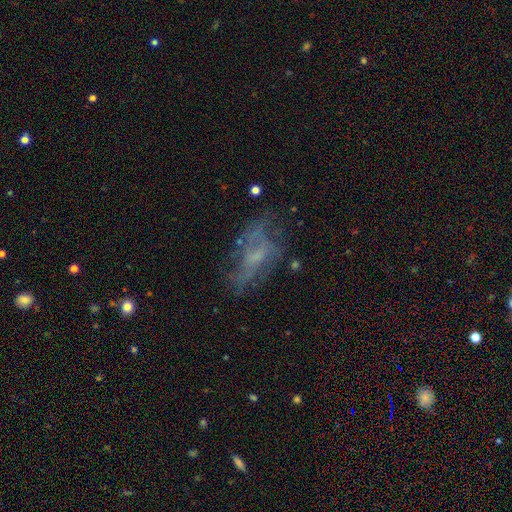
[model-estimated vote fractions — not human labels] A featured or disk galaxy (58%) with no bar (63%), no spiral arms (57%) and a small central bulge (40%).

Vote fractions:
- Smooth or featured? featured or disk: 58% / smooth: 28% / star or artifact: 14%
- Edge-on disk? no: 92% / yes: 8%
- Bar? no: 63% / weak: 30% / strong: 7%
- Spiral arms? no: 57% / yes: 43%
- Bulge size? small: 40% / none: 37% / moderate: 20% / large: 2% / dominant: 1%
- Merging? none: 47% / major disturbance: 27% / minor disturbance: 22% / merger: 4%